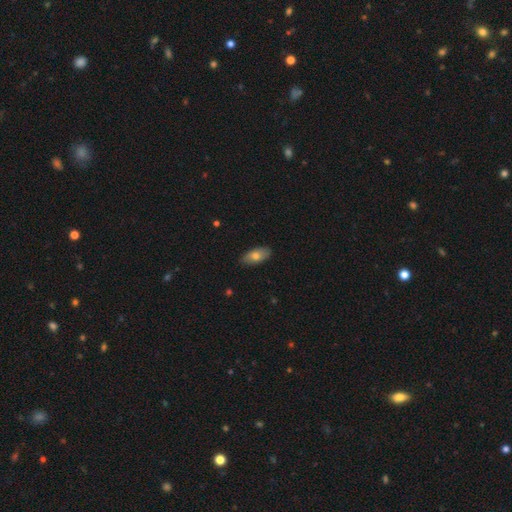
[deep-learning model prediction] The model was most divided on "smooth or featured": smooth: 74%, featured or disk: 20%, star or artifact: 7%. More confident: how rounded — in between (90%); merging — none (86%).